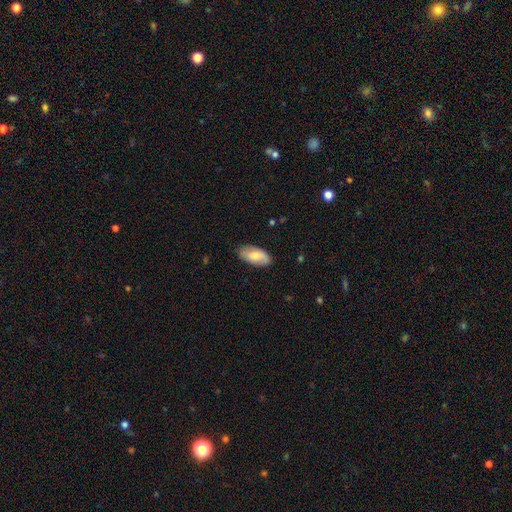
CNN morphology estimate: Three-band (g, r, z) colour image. It shows a smooth galaxy with no disk features (71%) that is in between round and cigar-shaped (92%). Merging: none (84%).